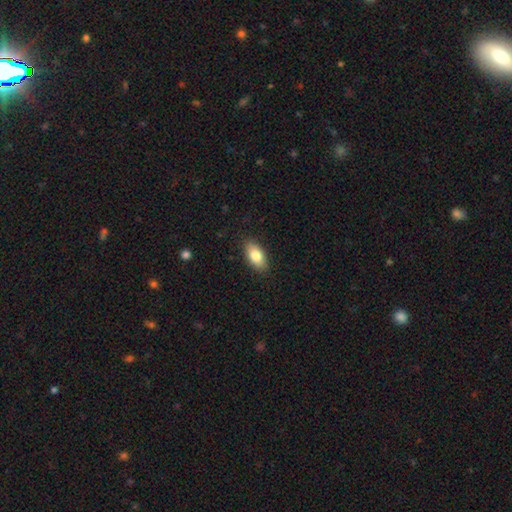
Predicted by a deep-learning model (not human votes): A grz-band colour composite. It shows a smooth galaxy with no disk features (82%) that is in between round and cigar-shaped (90%). Merging: none (88%).